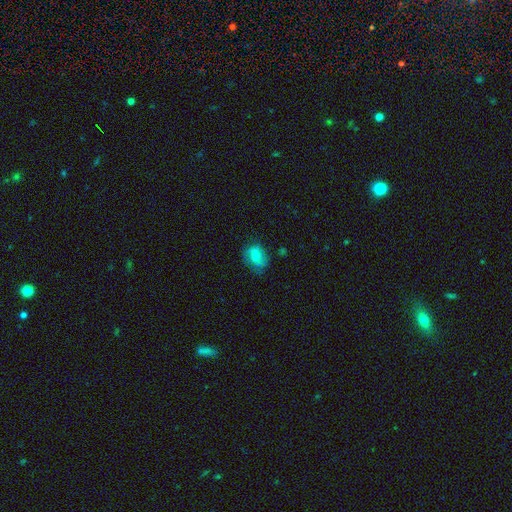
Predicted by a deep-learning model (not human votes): smooth_or_featured: smooth (p=0.57) [alt: featured or disk p=0.34]
how_rounded: in between (p=0.52) [alt: round p=0.47]
merging: none (p=0.61) [alt: minor disturbance p=0.25]